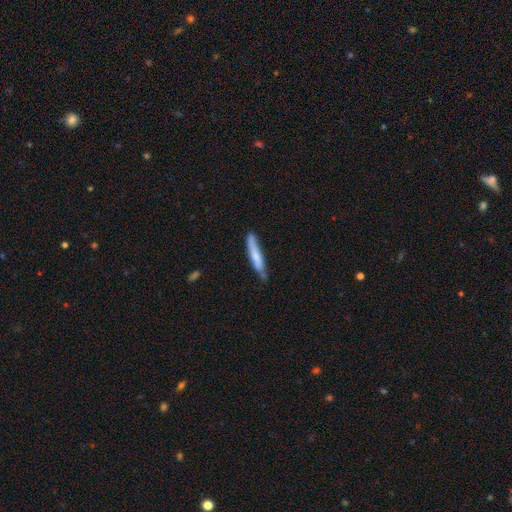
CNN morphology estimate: Smooth or featured? smooth (67%)
How rounded? cigar-shaped (92%)
Merging? none (70%)